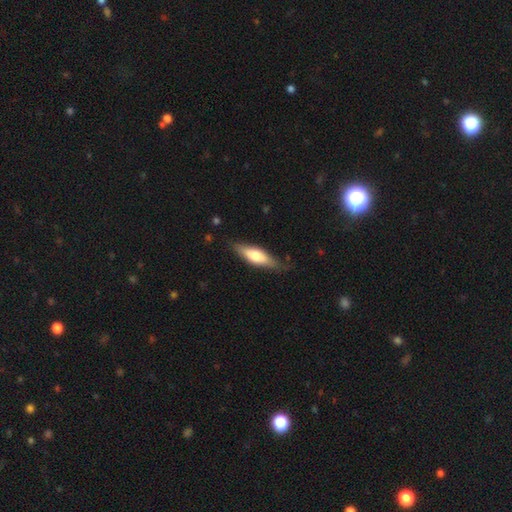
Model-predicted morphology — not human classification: Smooth or featured? smooth (58%)
How rounded? in between (49%)
Merging? none (74%)